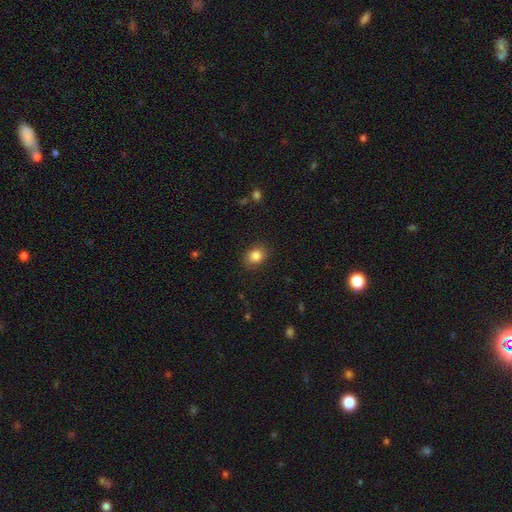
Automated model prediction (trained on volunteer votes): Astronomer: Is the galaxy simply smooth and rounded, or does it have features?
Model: smooth — 85%.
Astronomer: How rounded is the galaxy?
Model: round — 54% (runner-up: in between, 45%).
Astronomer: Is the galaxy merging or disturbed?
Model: none — 87%.